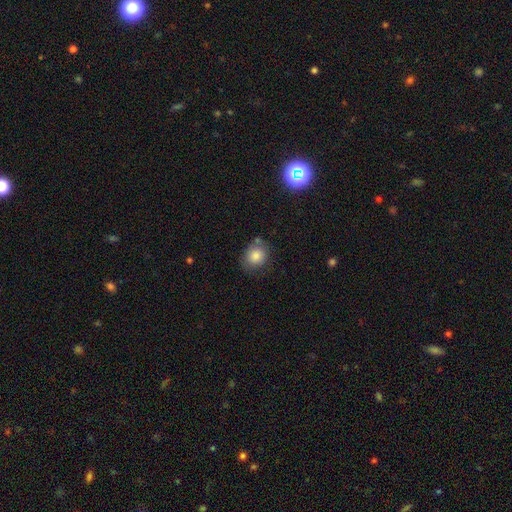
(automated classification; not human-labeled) Smooth or featured? Predicted: smooth (p=0.84). How rounded? Predicted: round (p=0.68). Merging? Predicted: none (p=0.69).